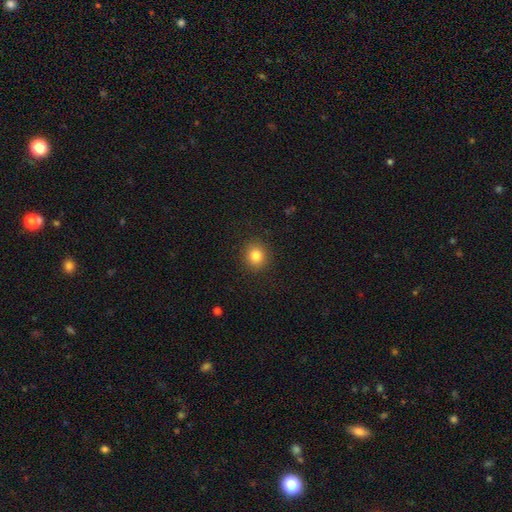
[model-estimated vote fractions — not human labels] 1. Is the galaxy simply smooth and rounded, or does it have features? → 83% smooth, 11% star or artifact, 6% featured or disk.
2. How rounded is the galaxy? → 87% round, 12% in between, 1% cigar-shaped.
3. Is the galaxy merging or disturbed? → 90% none, 7% minor disturbance, 2% major disturbance, 1% merger.